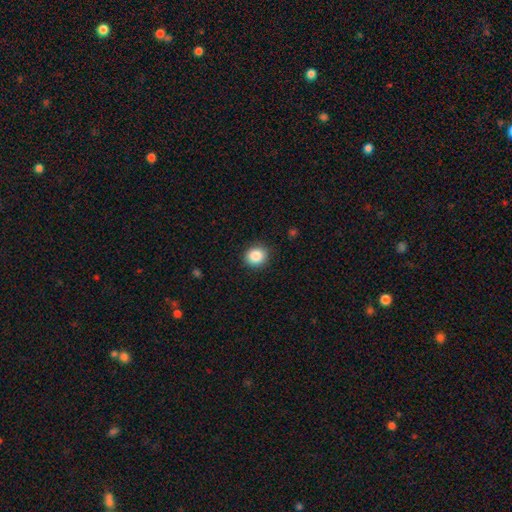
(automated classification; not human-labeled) Overall: smooth (87%). How rounded: round (80%). Merging: none (88%).